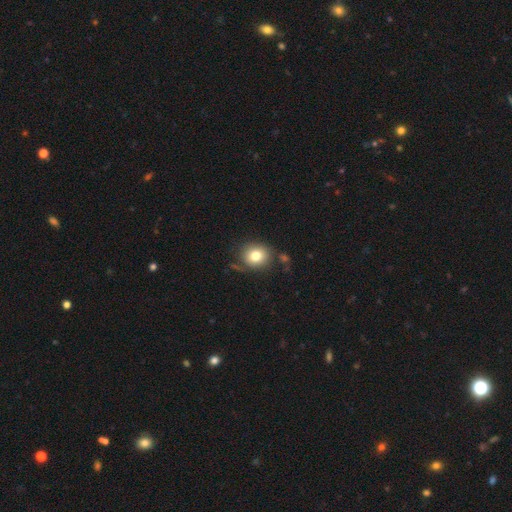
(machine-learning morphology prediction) Overall: smooth (78%). How rounded: round (78%). Merging: none (76%).